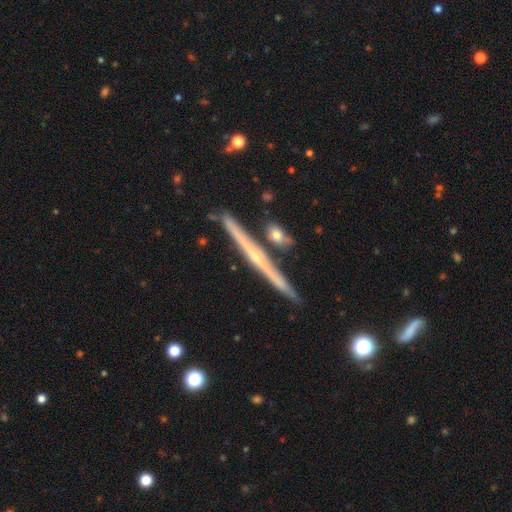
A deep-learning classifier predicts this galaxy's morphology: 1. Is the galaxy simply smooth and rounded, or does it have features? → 75% featured or disk, 19% smooth, 6% star or artifact.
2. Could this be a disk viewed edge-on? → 98% yes, 2% no.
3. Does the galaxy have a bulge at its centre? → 50% none, 45% rounded, 5% boxy.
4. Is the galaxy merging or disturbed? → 86% none, 8% minor disturbance, 5% merger, 2% major disturbance.